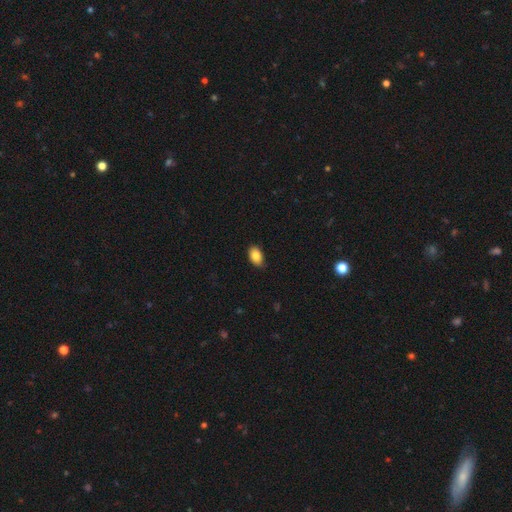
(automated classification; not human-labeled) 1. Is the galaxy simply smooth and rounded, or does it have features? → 85% smooth, 8% star or artifact, 8% featured or disk.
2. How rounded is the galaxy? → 89% in between, 9% round, 1% cigar-shaped.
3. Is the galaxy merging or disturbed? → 79% none, 18% minor disturbance, 2% major disturbance, 1% merger.